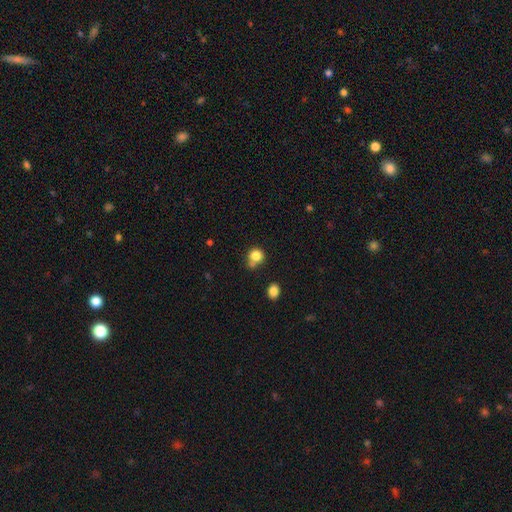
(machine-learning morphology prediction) Smooth or featured? Predicted: smooth (p=0.82). How rounded? Predicted: round (p=0.84). Merging? Predicted: none (p=0.55).